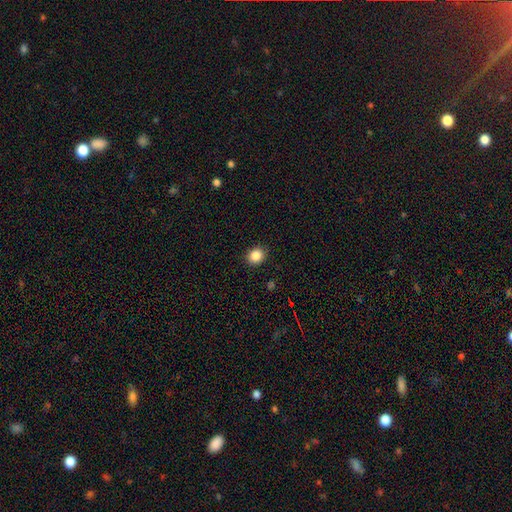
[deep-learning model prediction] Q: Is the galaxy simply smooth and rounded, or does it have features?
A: smooth — 86%.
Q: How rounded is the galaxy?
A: round — 71%.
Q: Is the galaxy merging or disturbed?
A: none — 91%.